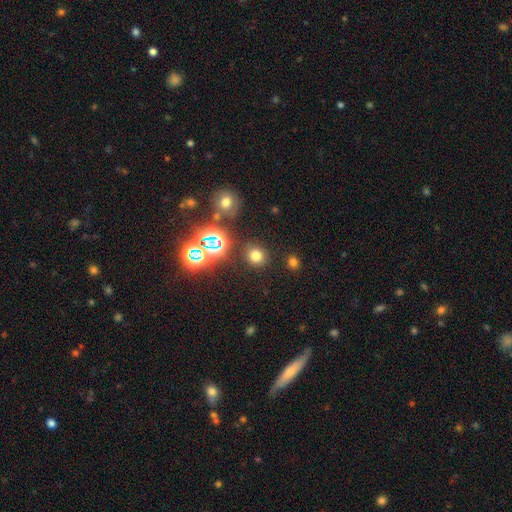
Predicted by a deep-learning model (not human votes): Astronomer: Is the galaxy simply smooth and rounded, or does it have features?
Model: smooth — 70%.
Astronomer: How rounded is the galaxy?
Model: round — 84%.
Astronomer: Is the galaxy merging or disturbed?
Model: none — 86%.